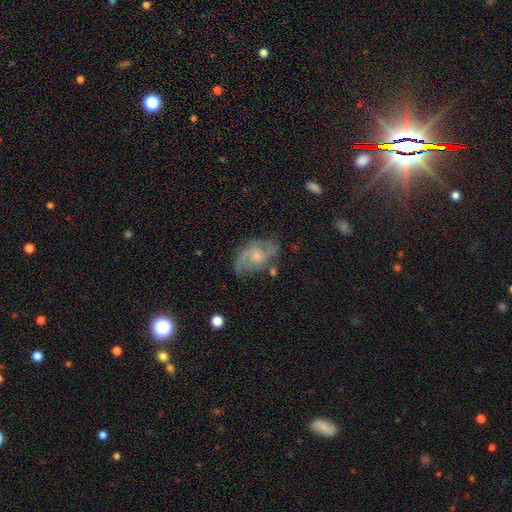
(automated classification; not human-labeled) A featured or disk galaxy (79%) with no bar (60%), 2 (65%) medium (49%) spiral arms (93%) and a small central bulge (53%). Merging: none (67%).